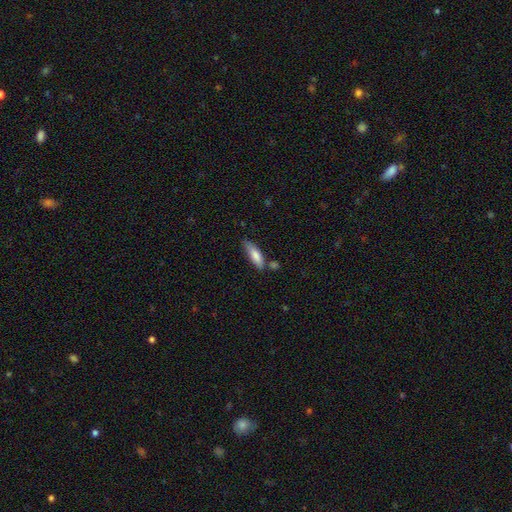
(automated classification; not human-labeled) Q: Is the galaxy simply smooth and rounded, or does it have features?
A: smooth — 79%.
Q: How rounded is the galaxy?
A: cigar-shaped — 56%.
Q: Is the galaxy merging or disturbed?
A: none — 59%.